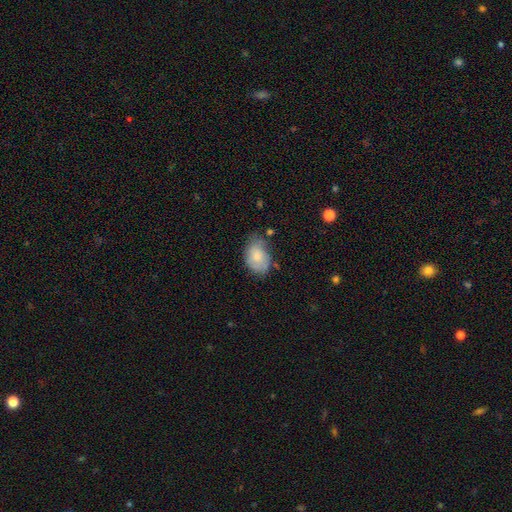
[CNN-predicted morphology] smooth 60%, featured or disk 32%, star or artifact 8%. Down the decision tree: how rounded — in between (78%); merging — none (55%).